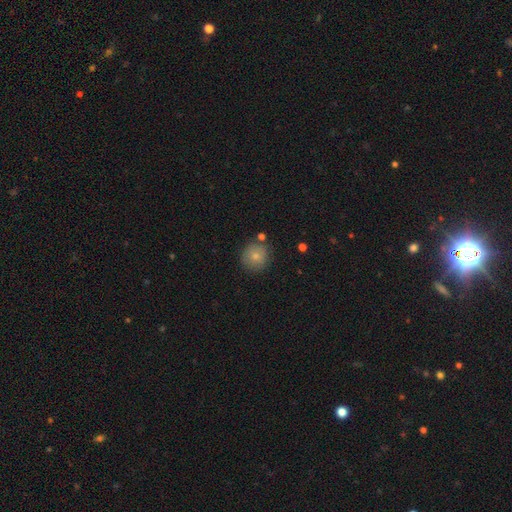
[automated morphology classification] Smooth or featured? smooth (79%)
How rounded? round (92%)
Merging? none (80%)